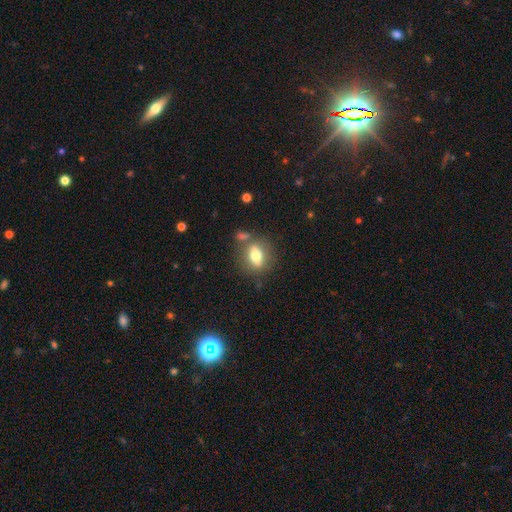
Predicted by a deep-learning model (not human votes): The model was most divided on "how rounded": in between: 62%, round: 29%, cigar-shaped: 8%. More confident: merging — none (71%); smooth or featured — smooth (64%).